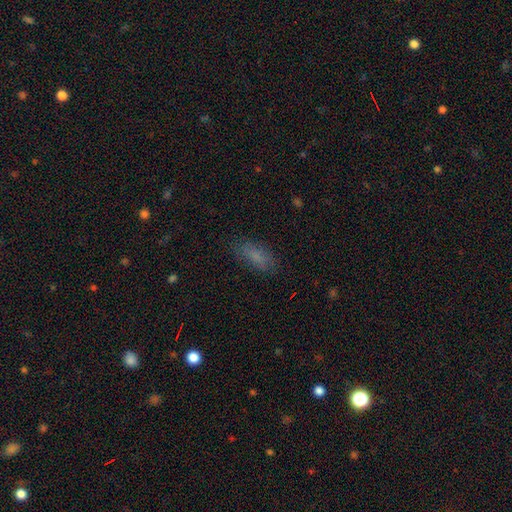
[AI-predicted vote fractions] Smooth or featured? smooth (76%)
How rounded? in between (74%)
Merging? none (79%)